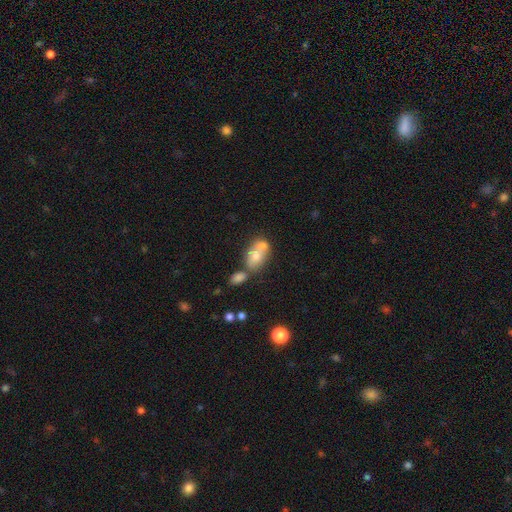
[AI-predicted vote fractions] A smooth galaxy with no disk features (64%) that is in between round and cigar-shaped (73%).

Vote fractions:
- Smooth or featured? smooth: 64% / featured or disk: 26% / star or artifact: 10%
- How rounded? in between: 73% / round: 25% / cigar-shaped: 3%
- Merging? merger: 56% / none: 28% / minor disturbance: 11% / major disturbance: 6%